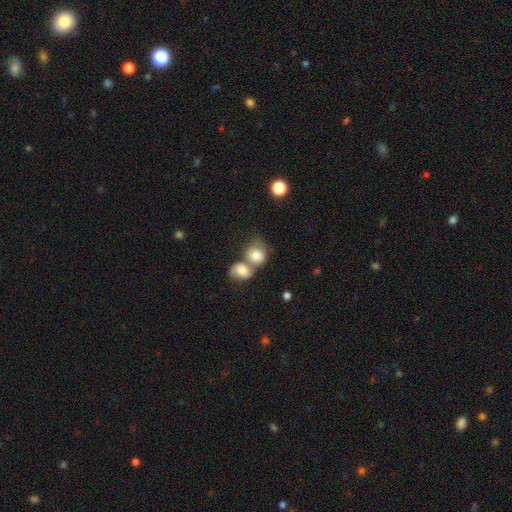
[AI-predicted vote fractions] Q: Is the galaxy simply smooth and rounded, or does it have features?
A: smooth — 79%.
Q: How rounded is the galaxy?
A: round — 64%.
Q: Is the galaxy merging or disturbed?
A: merger — 64%.